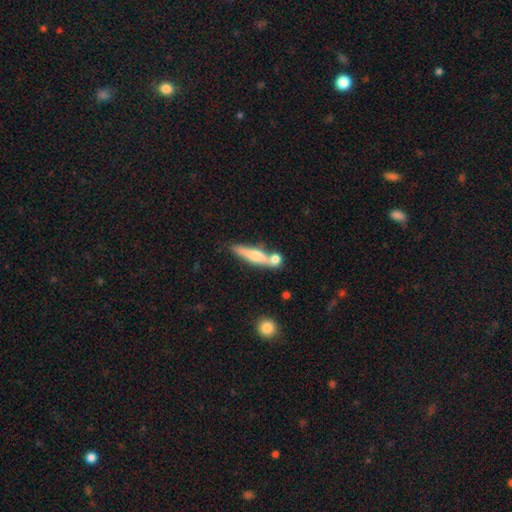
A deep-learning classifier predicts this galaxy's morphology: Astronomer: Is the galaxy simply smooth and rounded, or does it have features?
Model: smooth — 51% (runner-up: featured or disk, 42%).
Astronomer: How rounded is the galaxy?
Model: cigar-shaped — 81%.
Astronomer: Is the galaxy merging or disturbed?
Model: none — 56%.